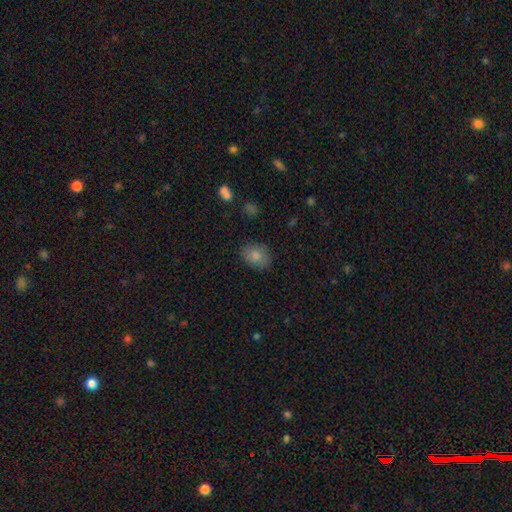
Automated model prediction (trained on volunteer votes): Smooth or featured? smooth (84%)
How rounded? in between (73%)
Merging? none (82%)